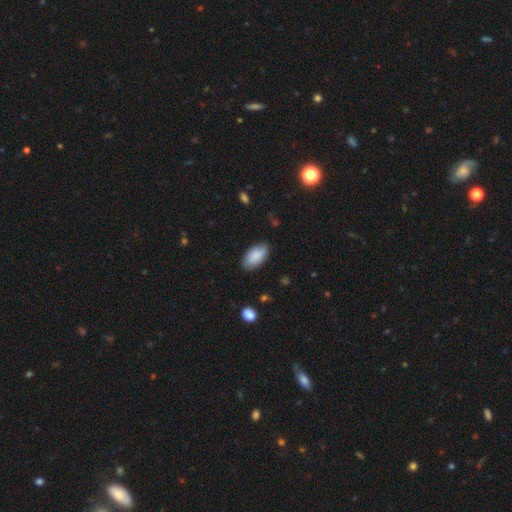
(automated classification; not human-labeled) smooth 80%, featured or disk 13%, star or artifact 7%. Down the decision tree: how rounded — in between (95%); merging — none (79%).